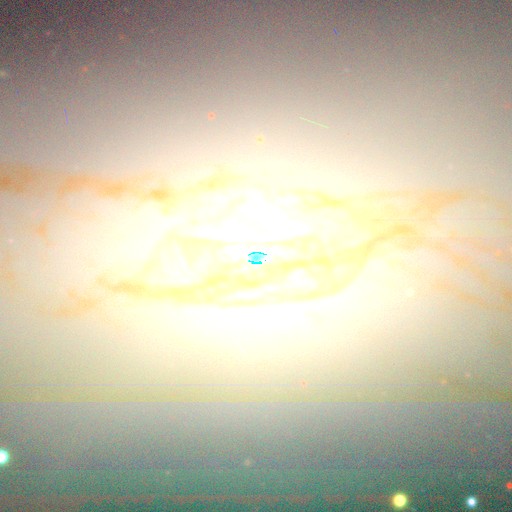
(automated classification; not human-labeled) Smooth or featured: featured or disk — 49% (star or artifact — 29%)
Merging: none — 80% (minor disturbance — 12%)